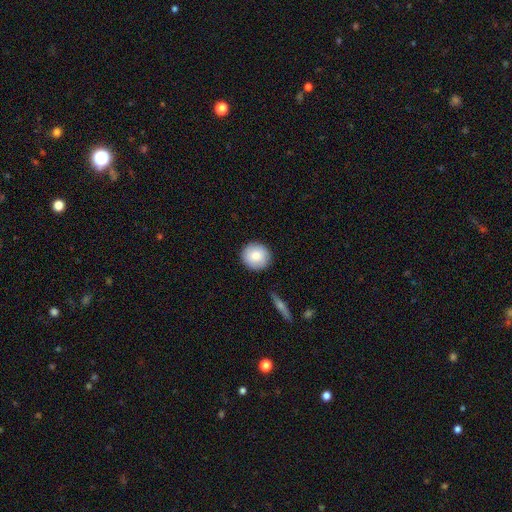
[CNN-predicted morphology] smooth 82%, featured or disk 11%, star or artifact 7%. Down the decision tree: how rounded — round (93%); merging — none (90%).